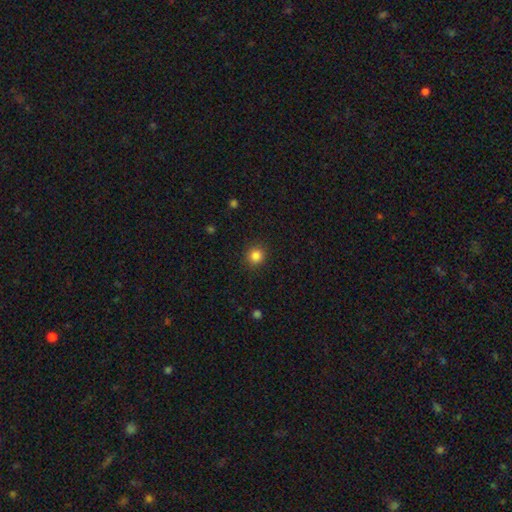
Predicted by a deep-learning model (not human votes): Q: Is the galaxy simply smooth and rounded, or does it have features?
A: smooth — 85%.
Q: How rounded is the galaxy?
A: round — 91%.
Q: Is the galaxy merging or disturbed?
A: none — 90%.